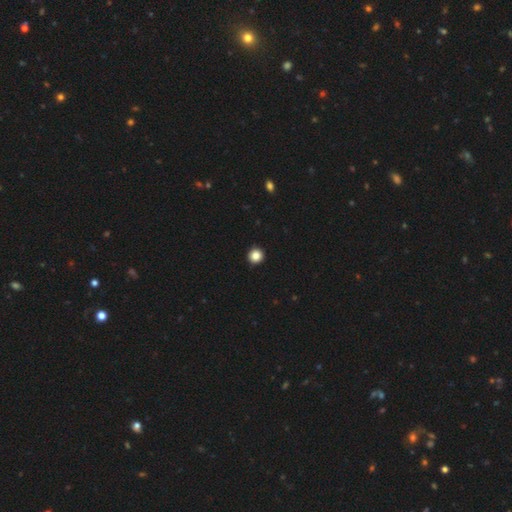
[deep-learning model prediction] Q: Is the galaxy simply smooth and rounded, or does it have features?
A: smooth — 86%.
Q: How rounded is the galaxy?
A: round — 95%.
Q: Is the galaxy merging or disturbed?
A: none — 94%.